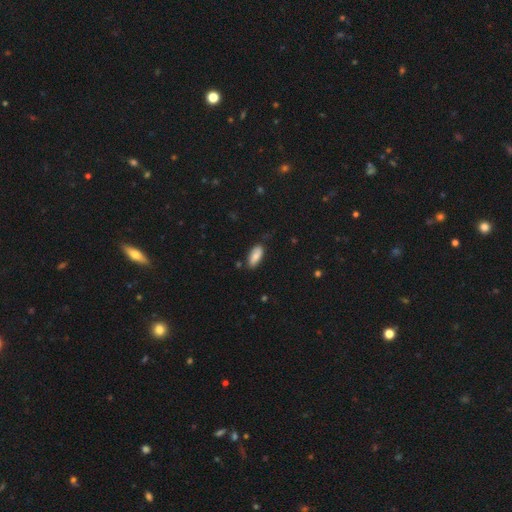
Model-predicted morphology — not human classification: A smooth galaxy with no disk features (82%) that is in between round and cigar-shaped (85%).

Vote fractions:
- Smooth or featured? smooth: 82% / featured or disk: 12% / star or artifact: 6%
- How rounded? in between: 85% / cigar-shaped: 13% / round: 2%
- Merging? none: 76% / minor disturbance: 19% / major disturbance: 3% / merger: 2%